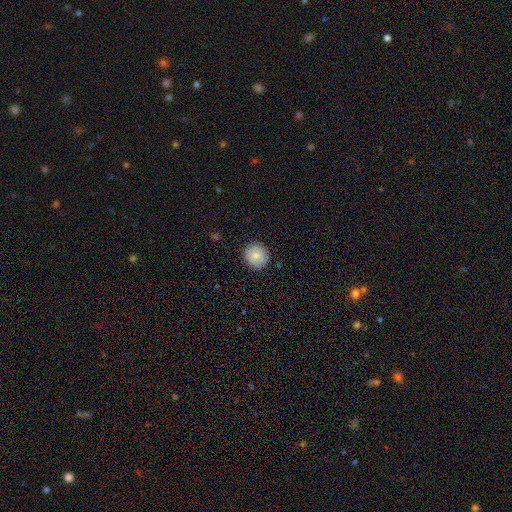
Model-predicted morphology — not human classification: Smooth or featured? smooth (79%)
How rounded? round (90%)
Merging? none (87%)